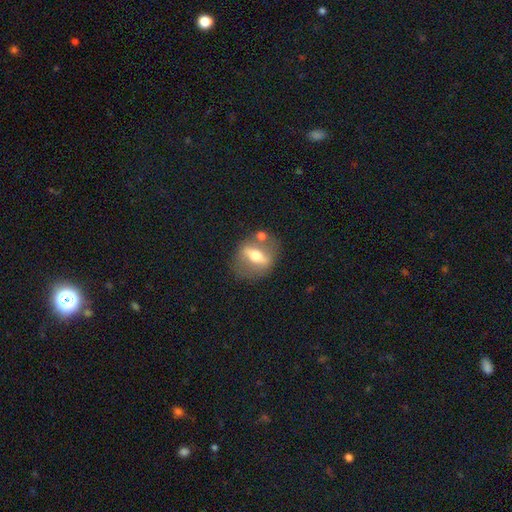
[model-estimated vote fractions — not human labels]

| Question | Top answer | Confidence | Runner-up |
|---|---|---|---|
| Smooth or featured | featured or disk | 63% | smooth (28%) |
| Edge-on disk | no | 52% | yes (48%) |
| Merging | none | 68% | minor disturbance (14%) |